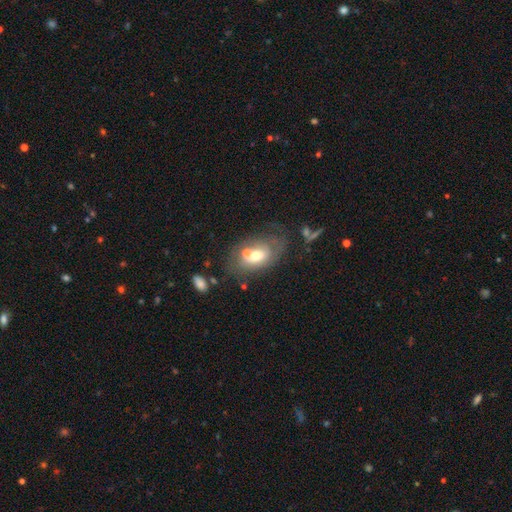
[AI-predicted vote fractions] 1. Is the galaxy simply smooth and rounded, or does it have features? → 55% smooth, 35% featured or disk, 10% star or artifact.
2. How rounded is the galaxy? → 81% in between, 18% round, 2% cigar-shaped.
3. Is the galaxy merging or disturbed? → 38% none, 30% merger, 19% minor disturbance, 14% major disturbance.